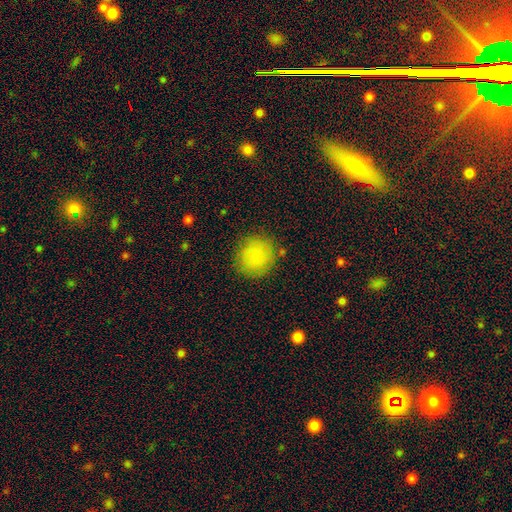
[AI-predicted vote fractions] smooth 83%, featured or disk 9%, star or artifact 8%. Down the decision tree: how rounded — round (91%); merging — none (84%).